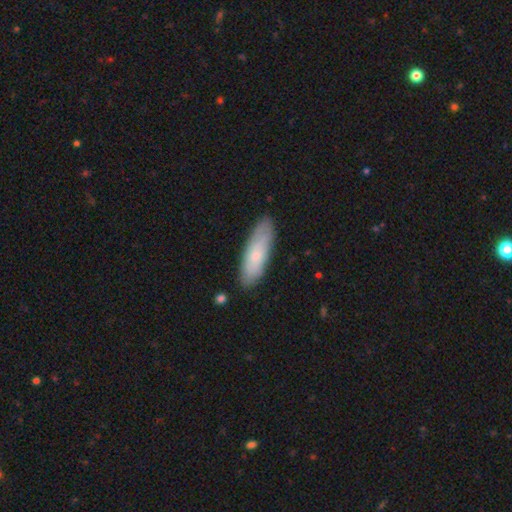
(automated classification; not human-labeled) Smooth or featured? smooth (69%)
How rounded? cigar-shaped (51%)
Merging? none (82%)